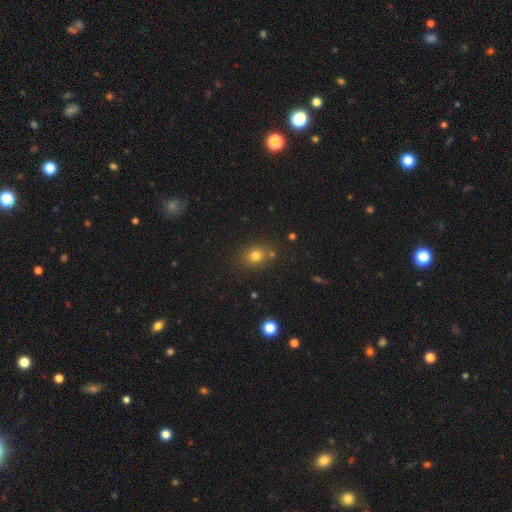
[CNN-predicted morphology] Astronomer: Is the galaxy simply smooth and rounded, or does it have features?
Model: smooth — 77%.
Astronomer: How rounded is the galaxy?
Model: round — 70%.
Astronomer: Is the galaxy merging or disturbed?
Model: none — 77%.